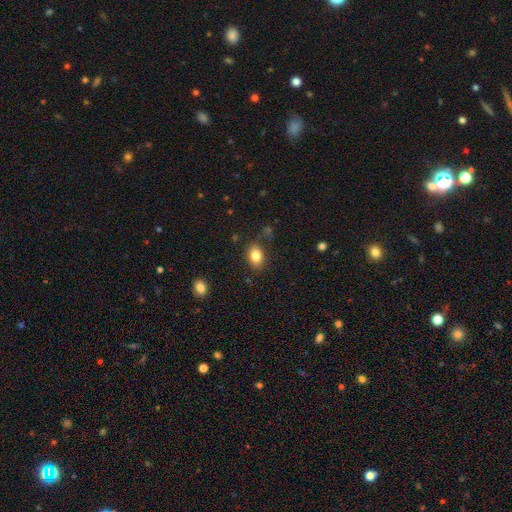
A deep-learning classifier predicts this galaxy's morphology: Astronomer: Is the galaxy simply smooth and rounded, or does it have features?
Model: smooth — 84%.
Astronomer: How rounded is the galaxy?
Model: in between — 82%.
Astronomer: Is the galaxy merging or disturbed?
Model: none — 82%.